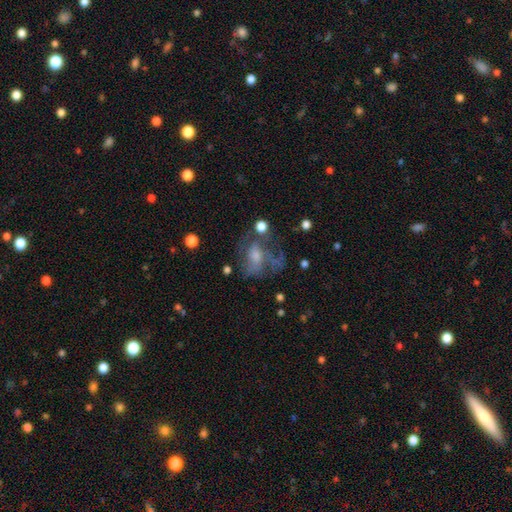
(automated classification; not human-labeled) Smooth or featured? Predicted: featured or disk (p=0.56). Edge-on disk? Predicted: no (p=0.96). Bar? Predicted: no (p=0.65). Spiral arms? Predicted: yes (p=0.52). Bulge size? Predicted: moderate (p=0.39). Merging? Predicted: none (p=0.41).